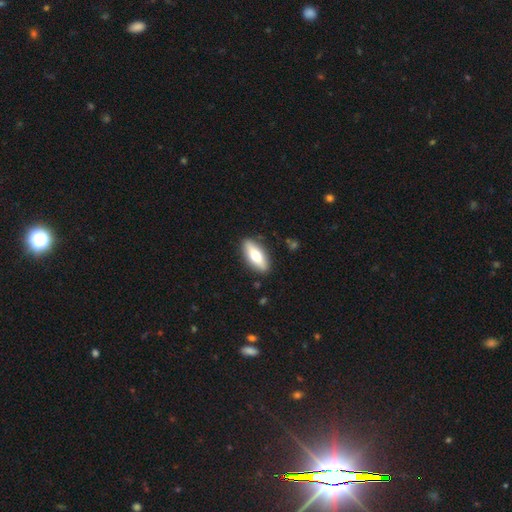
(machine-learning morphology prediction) This appears to be a smooth galaxy with no disk features (63%) that is in between round and cigar-shaped (73%). Merging: none (88%).